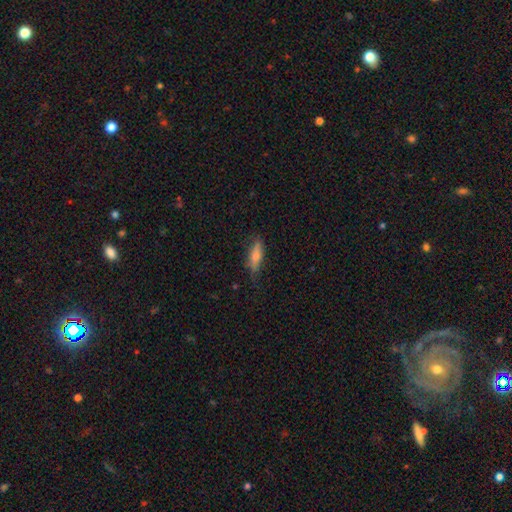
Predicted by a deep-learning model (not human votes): smooth-or-featured: smooth: 62% | featured or disk: 31% | star or artifact: 8%
  how-rounded: cigar-shaped: 65% | in between: 33% | round: 2%
  merging: none: 75% | minor disturbance: 19% | major disturbance: 4% | merger: 1%